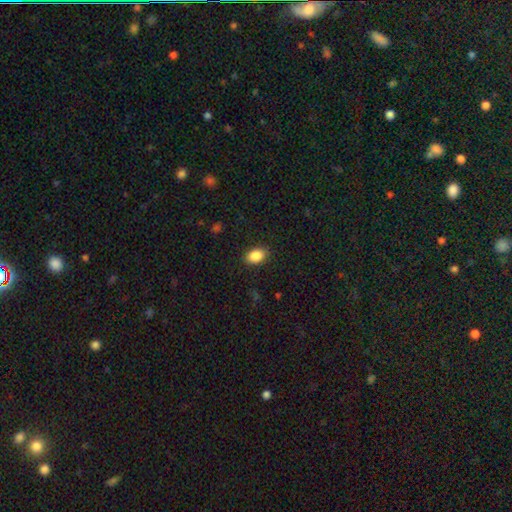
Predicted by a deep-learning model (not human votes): A smooth galaxy with no disk features (87%) that is in between round and cigar-shaped (81%). Merging: none (88%).